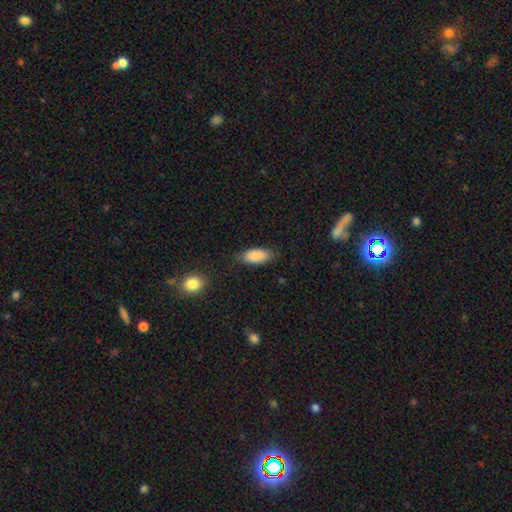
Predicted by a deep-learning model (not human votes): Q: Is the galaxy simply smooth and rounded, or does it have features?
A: smooth — 88%.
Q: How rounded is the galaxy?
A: in between — 88%.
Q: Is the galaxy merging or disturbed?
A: none — 79%.